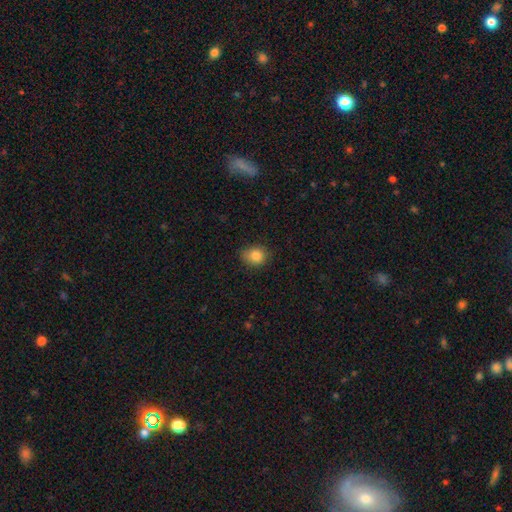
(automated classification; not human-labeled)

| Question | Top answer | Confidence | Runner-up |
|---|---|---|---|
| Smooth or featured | smooth | 84% | star or artifact (10%) |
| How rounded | round | 65% | in between (34%) |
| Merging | none | 75% | minor disturbance (20%) |